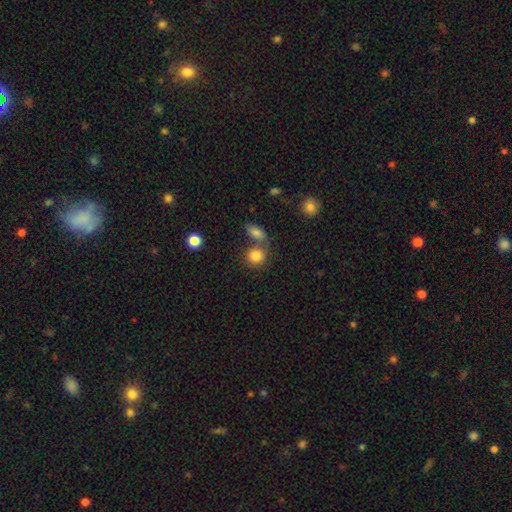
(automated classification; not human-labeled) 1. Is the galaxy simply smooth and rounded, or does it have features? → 83% smooth, 10% star or artifact, 7% featured or disk.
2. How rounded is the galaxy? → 78% round, 21% in between, 1% cigar-shaped.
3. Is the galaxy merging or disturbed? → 55% none, 31% merger, 9% minor disturbance, 4% major disturbance.